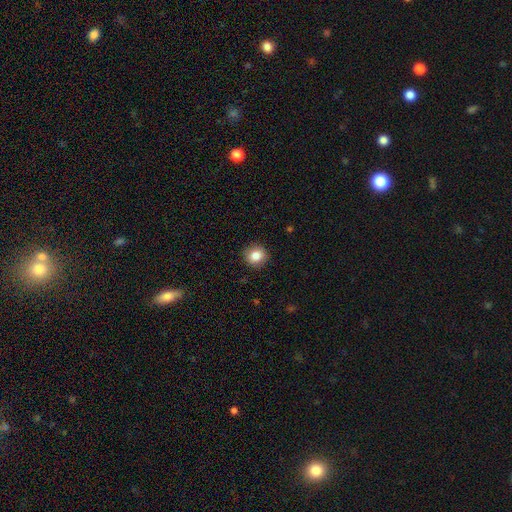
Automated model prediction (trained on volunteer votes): Smooth or featured? smooth (84%)
How rounded? round (90%)
Merging? none (91%)